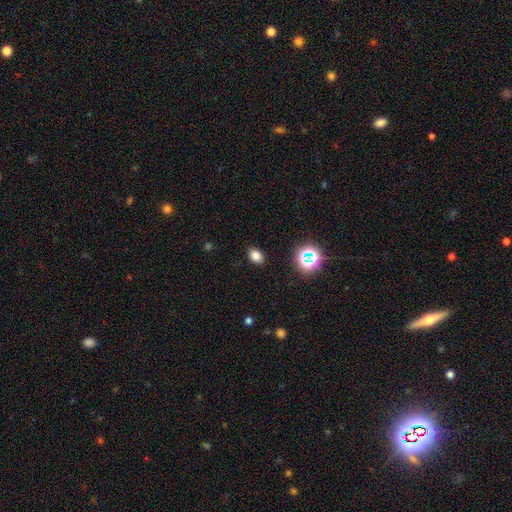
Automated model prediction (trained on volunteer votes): smooth-or-featured: smooth: 78% | star or artifact: 16% | featured or disk: 6%
  how-rounded: in between: 74% | round: 25% | cigar-shaped: 1%
  merging: none: 88% | minor disturbance: 8% | major disturbance: 3% | merger: 1%